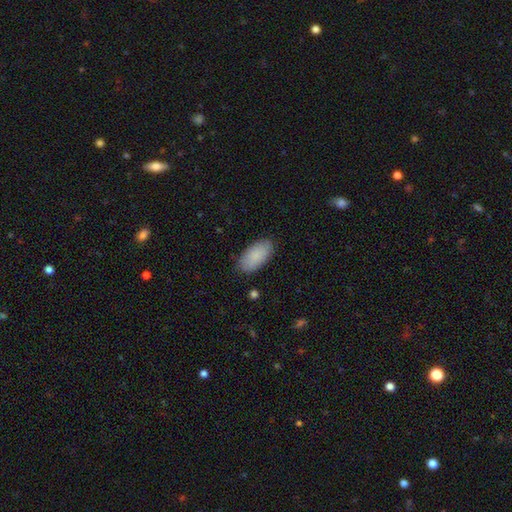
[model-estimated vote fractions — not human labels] smooth_or_featured: smooth (p=0.88) [alt: featured or disk p=0.06]
how_rounded: in between (p=0.94) [alt: cigar-shaped p=0.03]
merging: none (p=0.85) [alt: minor disturbance p=0.11]